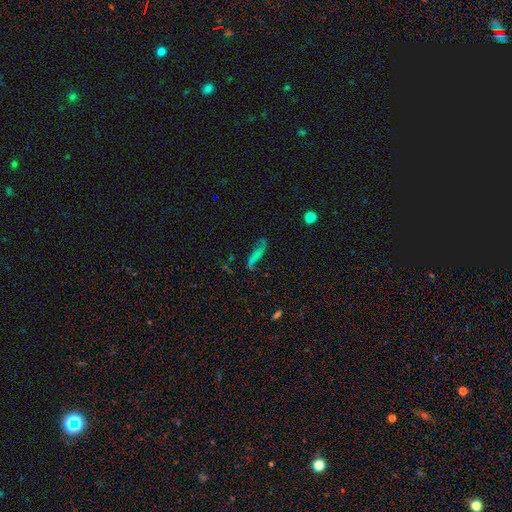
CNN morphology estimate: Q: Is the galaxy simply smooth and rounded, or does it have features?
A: featured or disk — 42%.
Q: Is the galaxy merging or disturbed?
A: none — 63%.